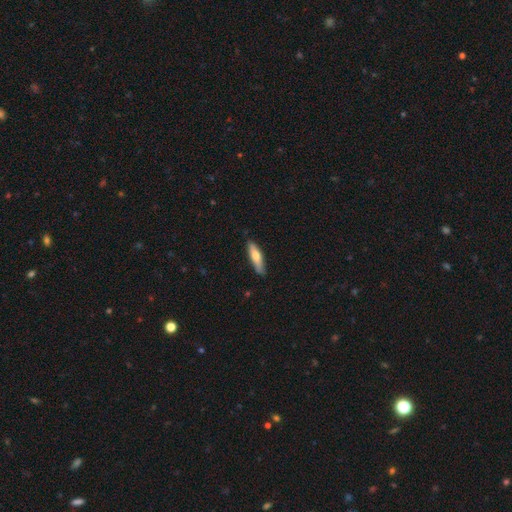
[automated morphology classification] This is likely a smooth galaxy (62%). How rounded: likely cigar-shaped (72%). Merging: clearly none (85%).